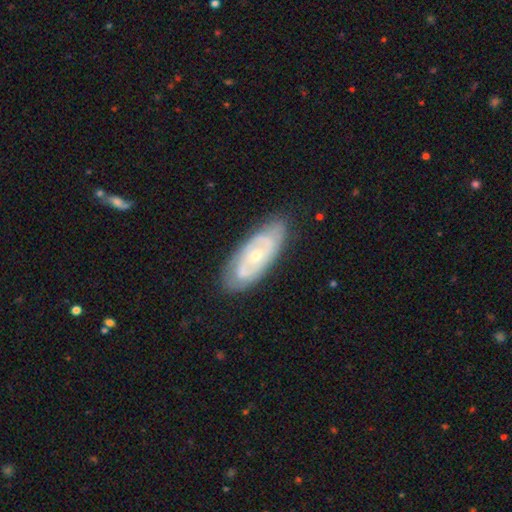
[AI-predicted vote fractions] smooth-or-featured: featured or disk: 75% | smooth: 20% | star or artifact: 5%
  disk-edge-on: no: 91% | yes: 9%
    bar: no: 73% | weak: 22% | strong: 5%
    has-spiral-arms: yes: 75% | no: 25%
      spiral-winding: tight: 63% | medium: 28% | loose: 9%
      spiral-arm-count: 2: 45% | can't tell: 39% | 3: 7% | 1: 4% | 4: 2% | more than 4: 2%
    bulge-size: small: 53% | moderate: 43% | large: 2% | none: 1% | dominant: 1%
  merging: none: 78% | minor disturbance: 16% | major disturbance: 4% | merger: 2%